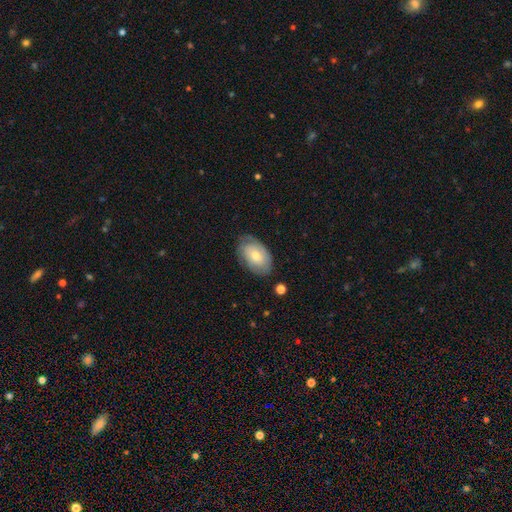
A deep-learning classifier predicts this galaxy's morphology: Q: Smooth or featured?
A: smooth (59%); runner-up: featured or disk (34%)
Q: How rounded?
A: in between (91%); runner-up: round (8%)
Q: Merging?
A: none (69%); runner-up: minor disturbance (23%)